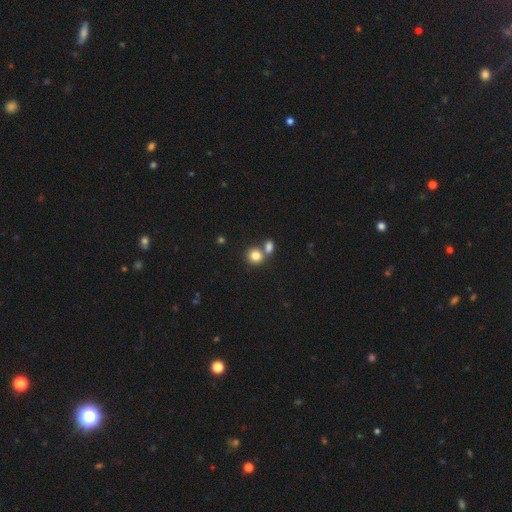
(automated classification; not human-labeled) smooth-or-featured: smooth: 82% | star or artifact: 10% | featured or disk: 8%
  how-rounded: round: 79% | in between: 20% | cigar-shaped: 1%
  merging: none: 52% | merger: 38% | minor disturbance: 8% | major disturbance: 3%